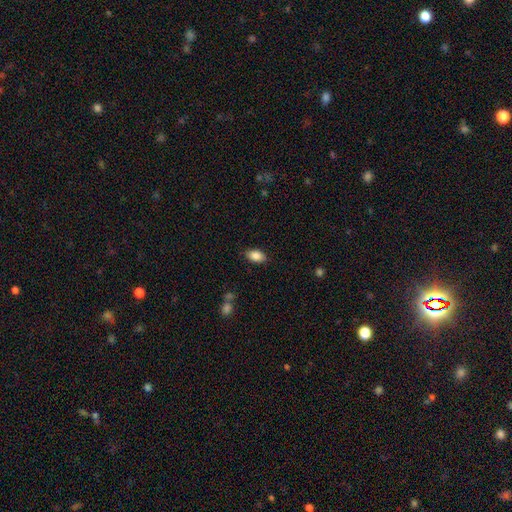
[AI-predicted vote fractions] A smooth galaxy with no disk features (87%) that is in between round and cigar-shaped (91%). Merging: none (85%).